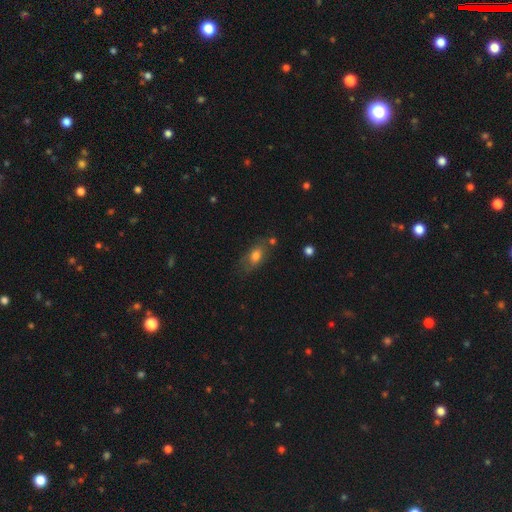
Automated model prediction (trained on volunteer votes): This is likely a smooth galaxy (67%). How rounded: clearly in between (83%). Merging: possibly none (60%).